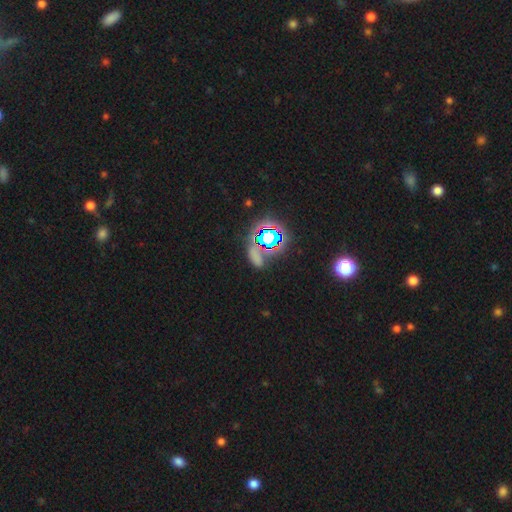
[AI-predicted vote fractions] Q: Smooth or featured?
A: star or artifact (53%); runner-up: smooth (36%)